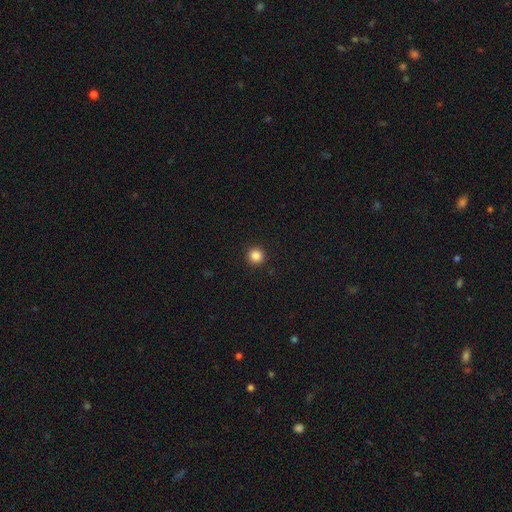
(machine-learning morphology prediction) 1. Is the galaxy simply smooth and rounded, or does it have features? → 85% smooth, 11% star or artifact, 3% featured or disk.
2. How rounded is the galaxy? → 96% round, 3% in between, 1% cigar-shaped.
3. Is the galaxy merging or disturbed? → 93% none, 4% minor disturbance, 2% major disturbance, 1% merger.